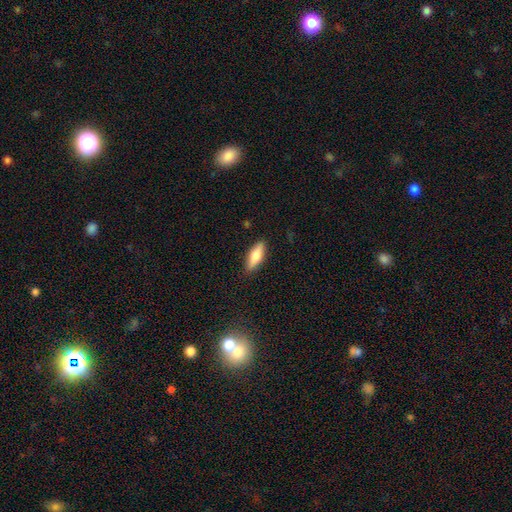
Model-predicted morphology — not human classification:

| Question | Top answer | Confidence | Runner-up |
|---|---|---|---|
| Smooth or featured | smooth | 68% | featured or disk (25%) |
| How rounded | in between | 59% | cigar-shaped (39%) |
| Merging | none | 87% | minor disturbance (9%) |